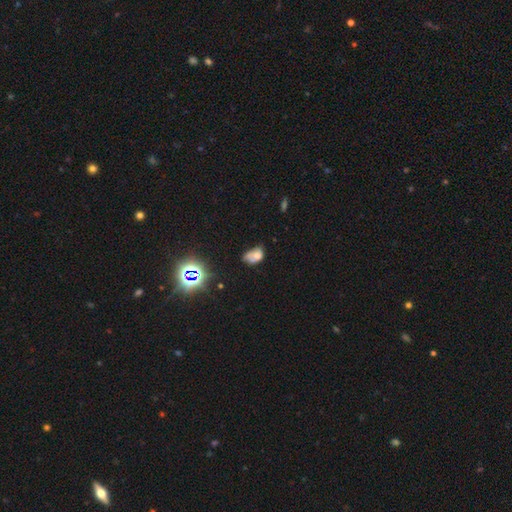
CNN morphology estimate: Overall: smooth (57%; featured or disk 24%). How rounded: in between (78%). Merging: minor disturbance (31%; none 25%).